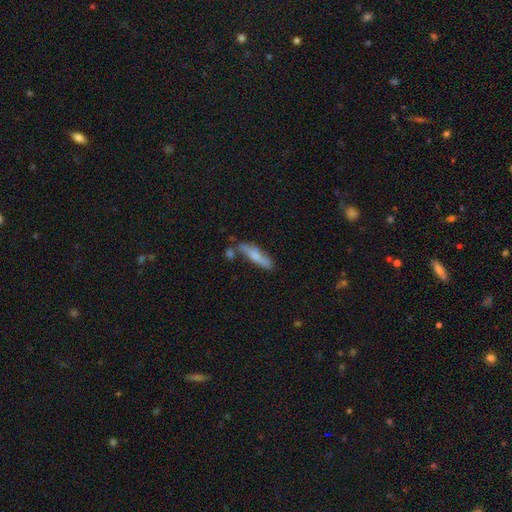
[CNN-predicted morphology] Smooth or featured? Predicted: smooth (p=0.62). How rounded? Predicted: cigar-shaped (p=0.81). Merging? Predicted: none (p=0.63).